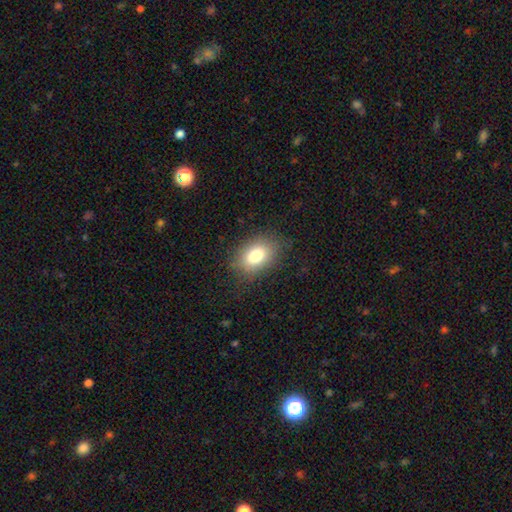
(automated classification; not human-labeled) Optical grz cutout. It shows a smooth galaxy with no disk features (81%) that is in between round and cigar-shaped (84%). Merging: none (80%).